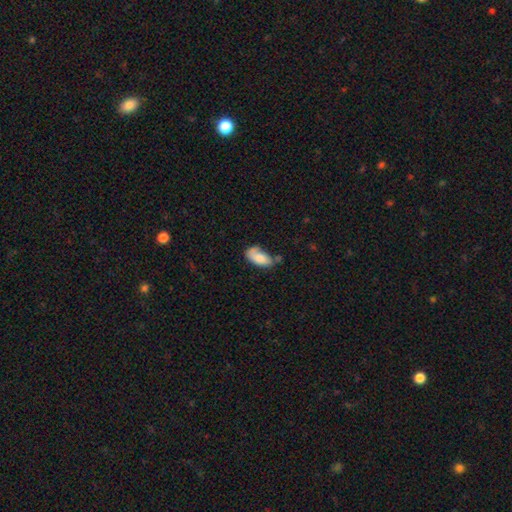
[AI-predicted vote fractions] This appears to be a smooth galaxy with no disk features (78%) that is in between round and cigar-shaped (91%). Merging: none (42%).